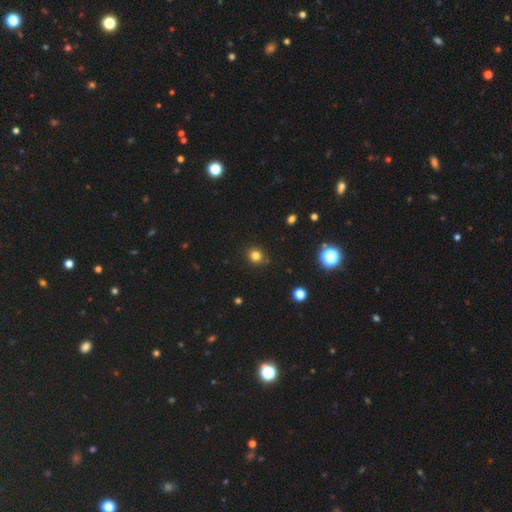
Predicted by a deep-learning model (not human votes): Overall: smooth (80%). How rounded: round (89%). Merging: none (90%).